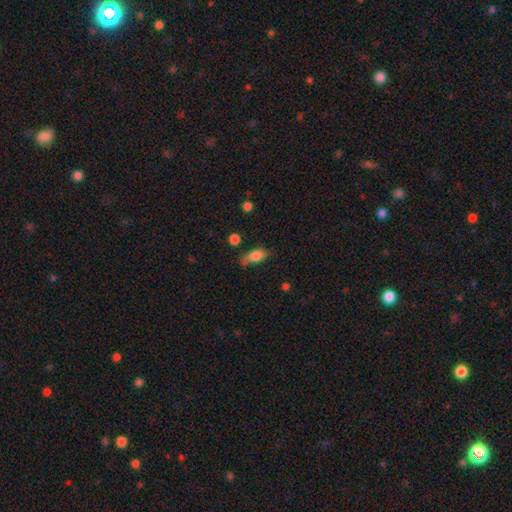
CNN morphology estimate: smooth-or-featured: smooth: 77% | featured or disk: 16% | star or artifact: 8%
  how-rounded: in between: 79% | cigar-shaped: 16% | round: 5%
  merging: none: 56% | minor disturbance: 30% | major disturbance: 10% | merger: 4%